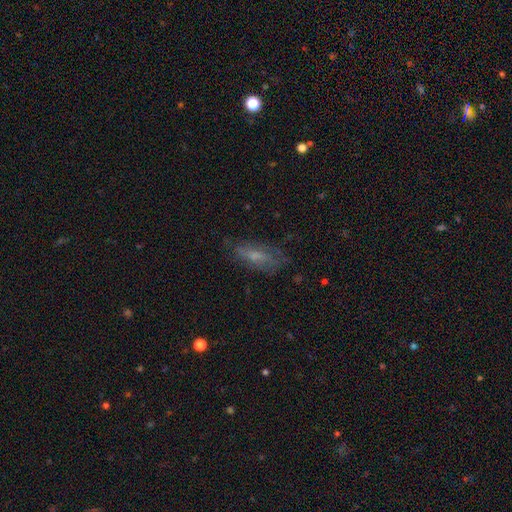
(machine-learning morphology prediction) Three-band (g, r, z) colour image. It shows a smooth galaxy with no disk features (52%) that is in between round and cigar-shaped (60%). Merging: none (66%).